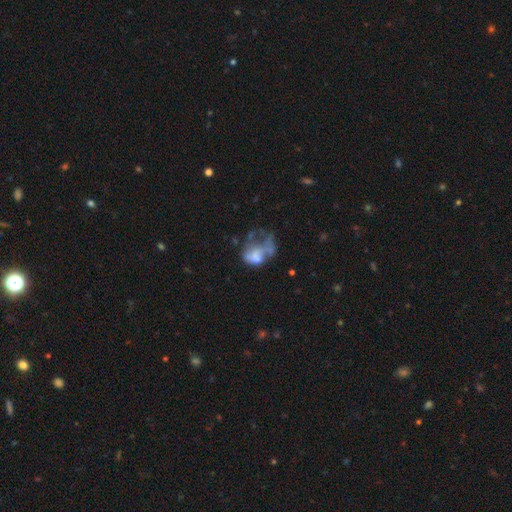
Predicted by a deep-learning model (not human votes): A featured or disk galaxy (46%).

Vote fractions:
- Smooth or featured? featured or disk: 46% / smooth: 42% / star or artifact: 12%
- Merging? major disturbance: 49% / merger: 18% / none: 17% / minor disturbance: 16%